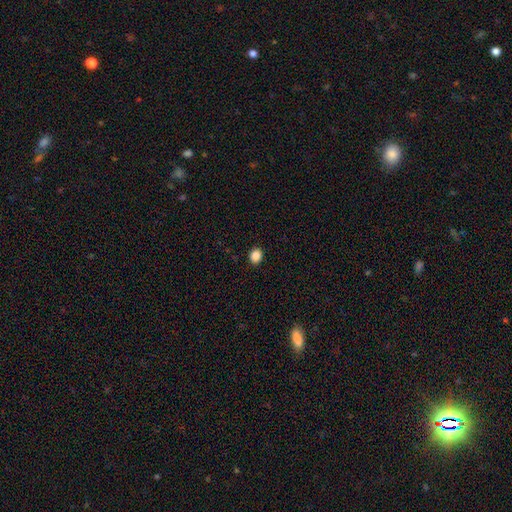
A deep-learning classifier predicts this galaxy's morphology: type=smooth (86%); roundness=round (67%); merging=none (92%).